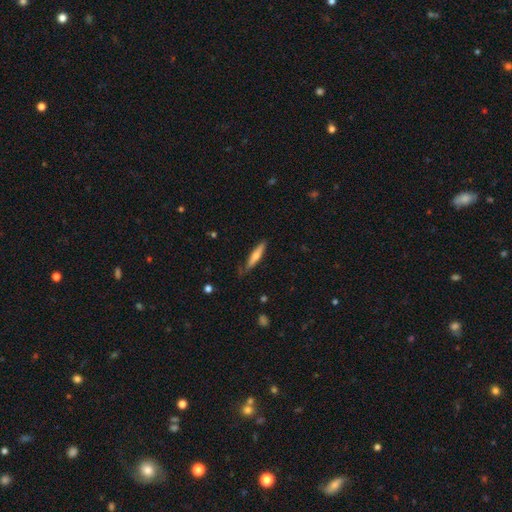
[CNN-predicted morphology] Smooth or featured?
  - smooth: 53% *
  - featured or disk: 42%
  - star or artifact: 6%
How rounded?
  - cigar-shaped: 87% *
  - in between: 12%
  - round: 2%
Merging?
  - none: 75% *
  - minor disturbance: 20%
  - major disturbance: 3%
  - merger: 2%